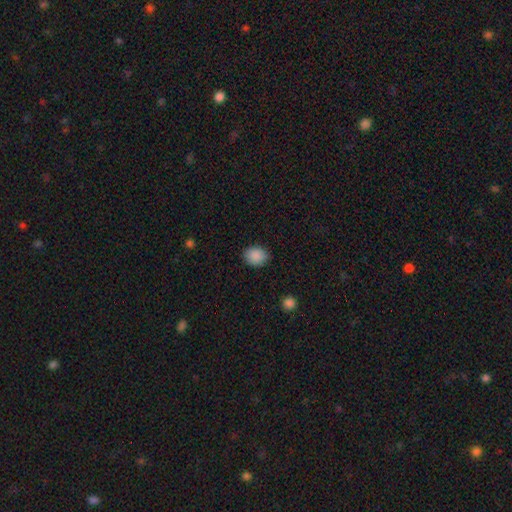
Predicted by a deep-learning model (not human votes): smooth 89%, star or artifact 8%, featured or disk 3%. Down the decision tree: how rounded — round (57%); merging — none (86%).